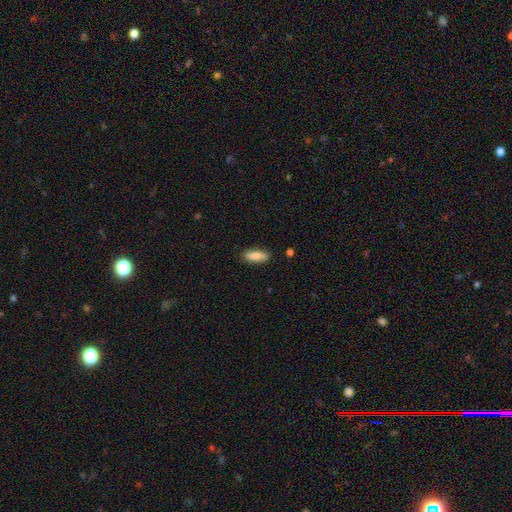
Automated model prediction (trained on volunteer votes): smooth-or-featured: smooth: 81% | featured or disk: 13% | star or artifact: 6%
  how-rounded: in between: 66% | cigar-shaped: 32% | round: 2%
  merging: none: 85% | minor disturbance: 11% | major disturbance: 2% | merger: 2%